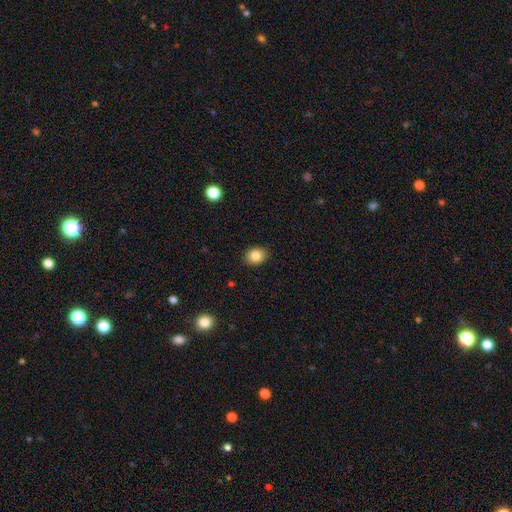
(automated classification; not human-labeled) Smooth or featured?
  - smooth: 84% *
  - star or artifact: 10%
  - featured or disk: 6%
How rounded?
  - round: 50% *
  - in between: 49%
  - cigar-shaped: 1%
Merging?
  - none: 88% *
  - minor disturbance: 9%
  - major disturbance: 2%
  - merger: 1%